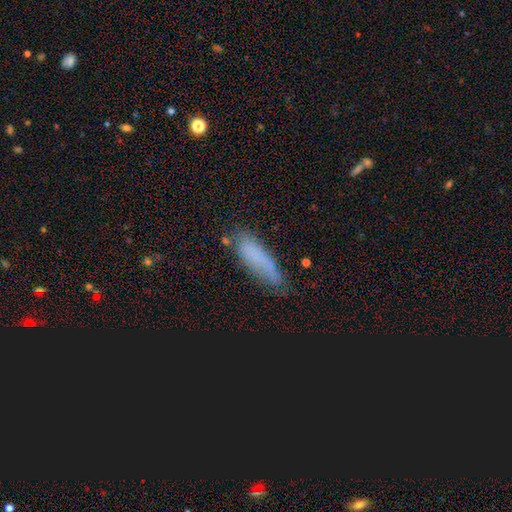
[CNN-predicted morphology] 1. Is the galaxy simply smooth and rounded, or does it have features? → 67% smooth, 19% featured or disk, 14% star or artifact.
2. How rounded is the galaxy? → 61% cigar-shaped, 37% in between, 2% round.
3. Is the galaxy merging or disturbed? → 58% none, 28% minor disturbance, 10% major disturbance, 4% merger.